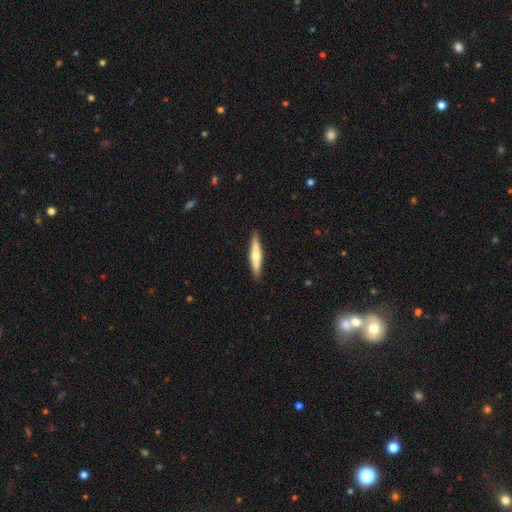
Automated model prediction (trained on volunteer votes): Overall: smooth (49%; featured or disk 46%). Merging: none (90%).